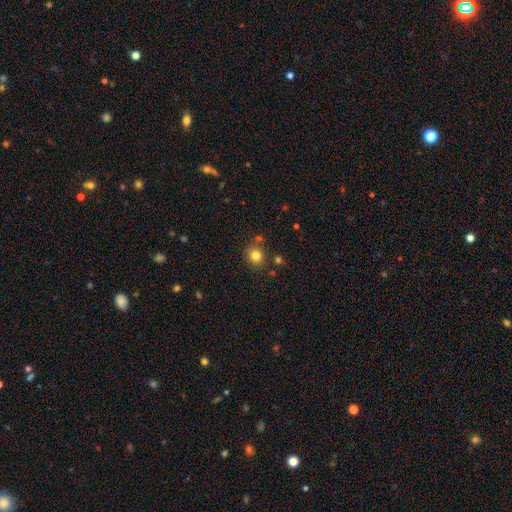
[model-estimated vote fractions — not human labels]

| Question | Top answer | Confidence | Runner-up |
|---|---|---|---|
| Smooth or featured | smooth | 80% | star or artifact (13%) |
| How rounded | round | 84% | in between (15%) |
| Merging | none | 78% | minor disturbance (11%) |